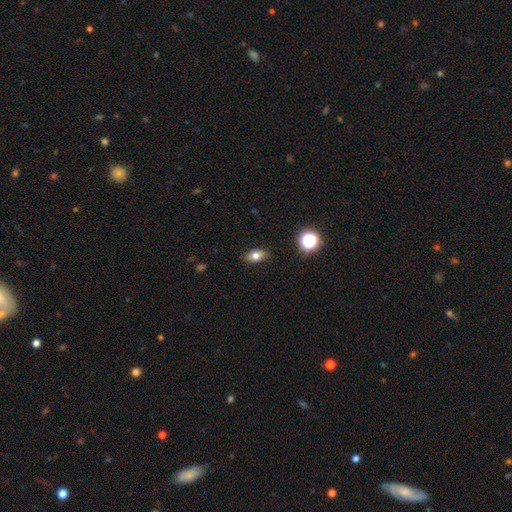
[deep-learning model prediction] A smooth galaxy with no disk features (75%) that is in between round and cigar-shaped (82%). Merging: none (87%).